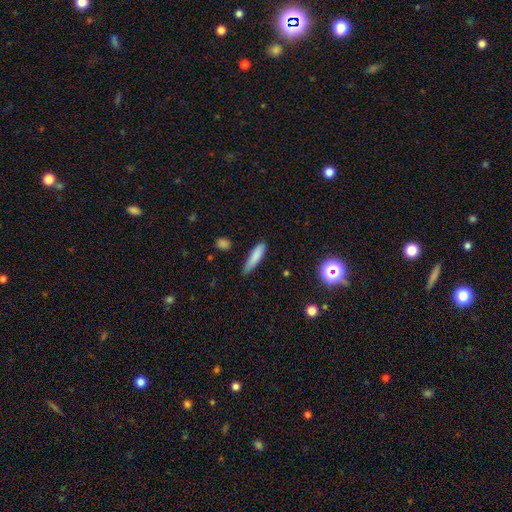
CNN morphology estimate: Smooth or featured? smooth (82%)
How rounded? cigar-shaped (72%)
Merging? none (66%)